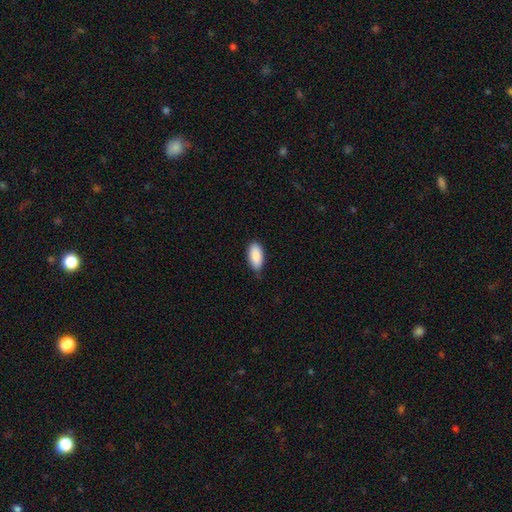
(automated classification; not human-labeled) Smooth or featured? Predicted: smooth (p=0.89). How rounded? Predicted: in between (p=0.92). Merging? Predicted: none (p=0.77).